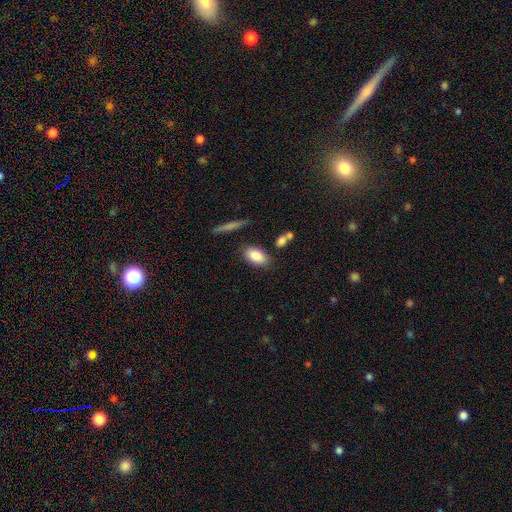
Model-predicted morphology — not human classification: smooth_or_featured: smooth (p=0.86) [alt: featured or disk p=0.07]
how_rounded: in between (p=0.90) [alt: round p=0.05]
merging: none (p=0.79) [alt: minor disturbance p=0.12]